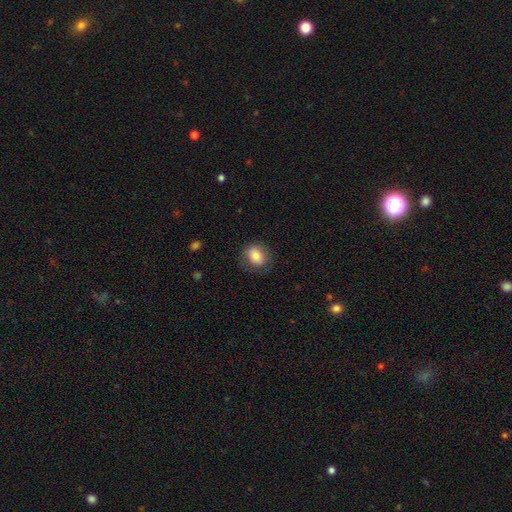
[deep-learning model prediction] smooth-or-featured: smooth: 82% | featured or disk: 10% | star or artifact: 8%
  how-rounded: in between: 52% | round: 47% | cigar-shaped: 1%
  merging: none: 76% | minor disturbance: 16% | major disturbance: 6% | merger: 1%